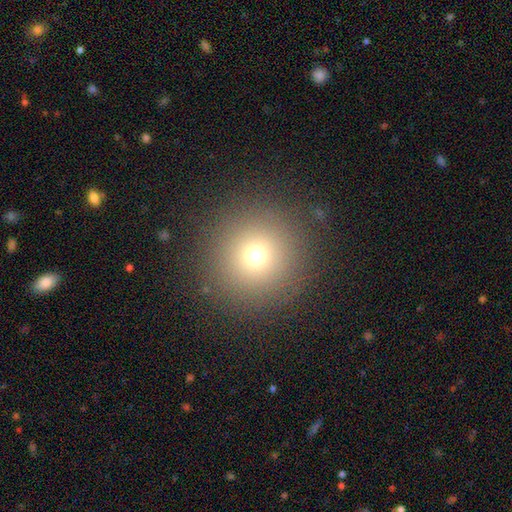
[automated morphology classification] smooth 70%, star or artifact 19%, featured or disk 10%. Down the decision tree: how rounded — round (96%); merging — none (90%).